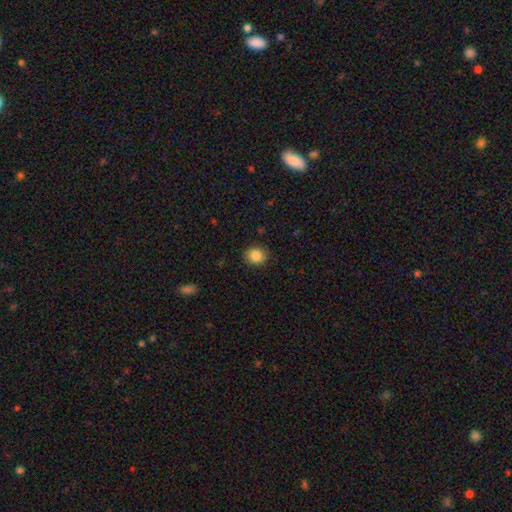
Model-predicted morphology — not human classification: This is clearly a smooth galaxy (86%). How rounded: likely round (78%). Merging: clearly none (89%).